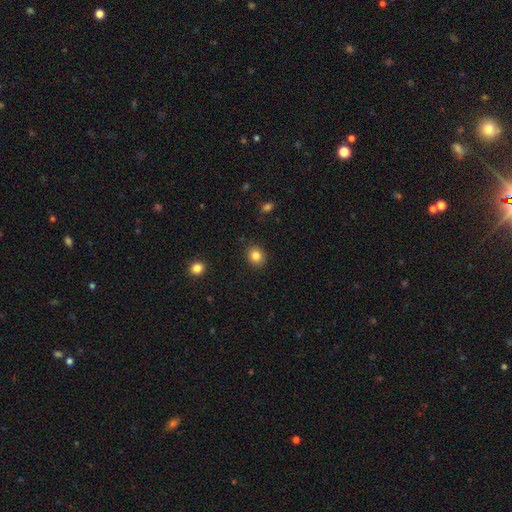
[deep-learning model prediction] smooth_or_featured: smooth (p=0.84) [alt: star or artifact p=0.10]
how_rounded: round (p=0.67) [alt: in between p=0.32]
merging: none (p=0.89) [alt: minor disturbance p=0.08]